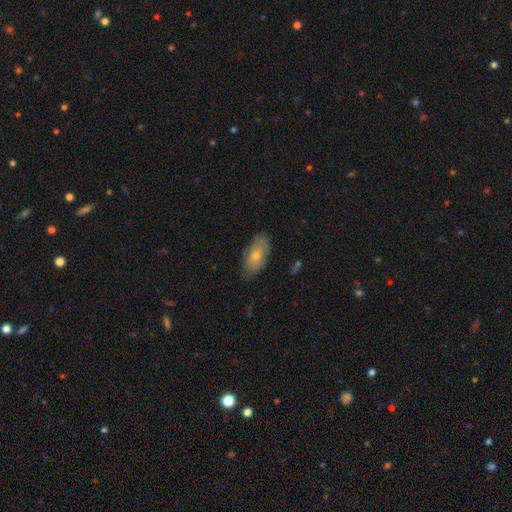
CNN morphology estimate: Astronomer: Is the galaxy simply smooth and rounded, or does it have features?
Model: smooth — 63%.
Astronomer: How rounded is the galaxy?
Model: in between — 89%.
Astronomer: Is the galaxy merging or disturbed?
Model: none — 82%.